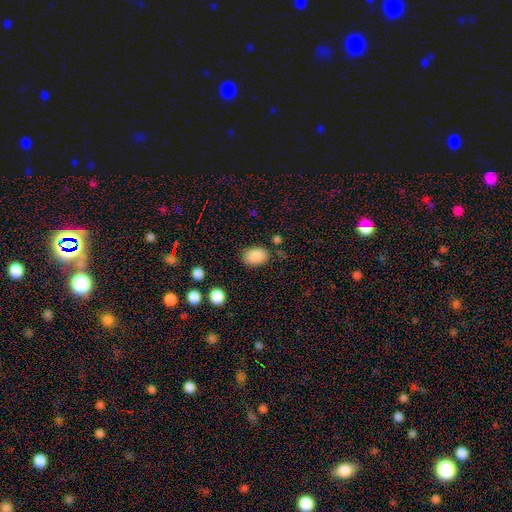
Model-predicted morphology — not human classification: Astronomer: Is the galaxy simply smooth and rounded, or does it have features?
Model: smooth — 88%.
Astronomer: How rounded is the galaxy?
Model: in between — 76%.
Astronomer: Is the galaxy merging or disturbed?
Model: none — 81%.